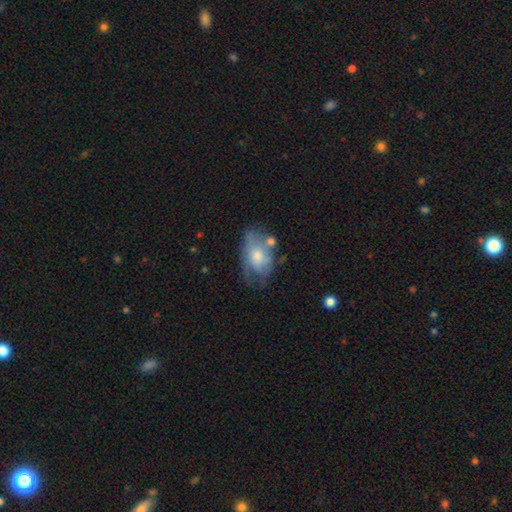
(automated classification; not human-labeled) Q: Smooth or featured?
A: featured or disk (47%); runner-up: smooth (44%)
Q: Merging?
A: none (42%); runner-up: minor disturbance (31%)